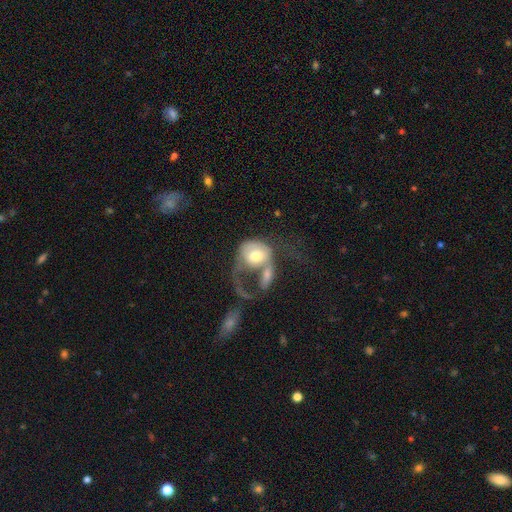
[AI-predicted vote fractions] This appears to be a smooth galaxy with no disk features (53%) that is round (53%). Merging: merger (47%).